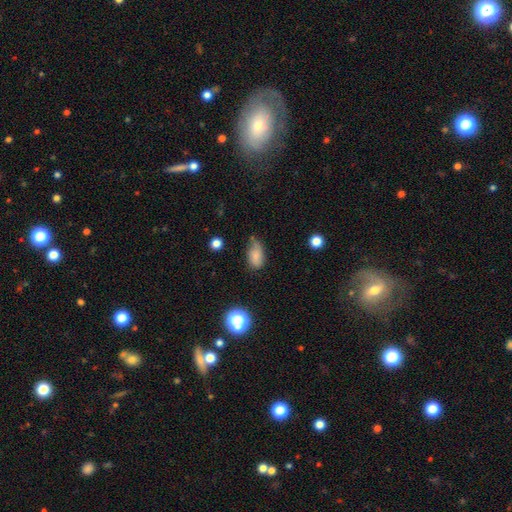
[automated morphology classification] Overall: smooth (77%). How rounded: in between (89%). Merging: none (53%; minor disturbance 35%).